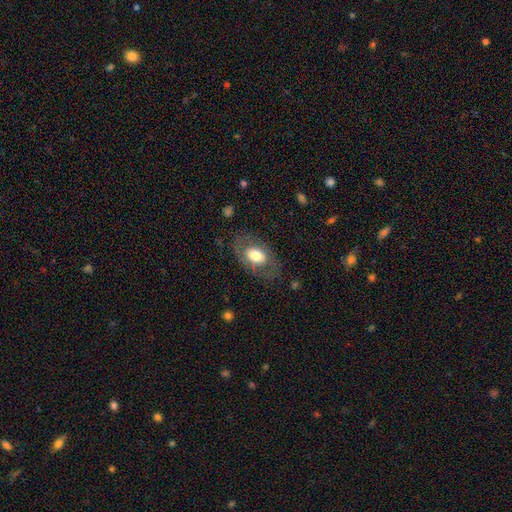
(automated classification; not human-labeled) Smooth or featured?
  - smooth: 57% *
  - featured or disk: 36%
  - star or artifact: 7%
How rounded?
  - in between: 86% *
  - round: 13%
  - cigar-shaped: 1%
Merging?
  - none: 74% *
  - minor disturbance: 15%
  - major disturbance: 9%
  - merger: 1%